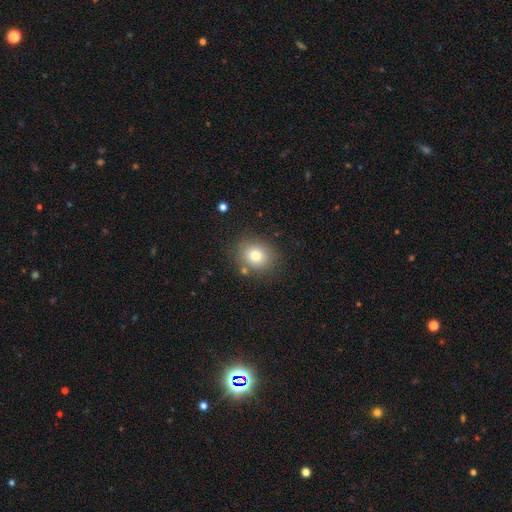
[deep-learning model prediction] smooth_or_featured: smooth (p=0.77) [alt: star or artifact p=0.11]
how_rounded: round (p=0.69) [alt: in between p=0.30]
merging: none (p=0.81) [alt: minor disturbance p=0.11]